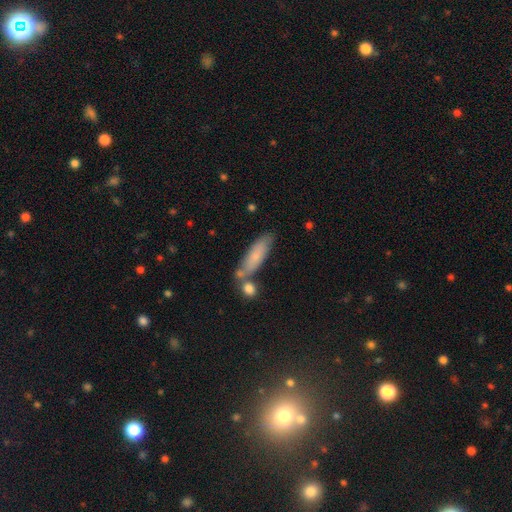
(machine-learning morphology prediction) smooth_or_featured: smooth (p=0.76) [alt: featured or disk p=0.17]
how_rounded: cigar-shaped (p=0.56) [alt: in between p=0.42]
merging: none (p=0.63) [alt: merger p=0.18]